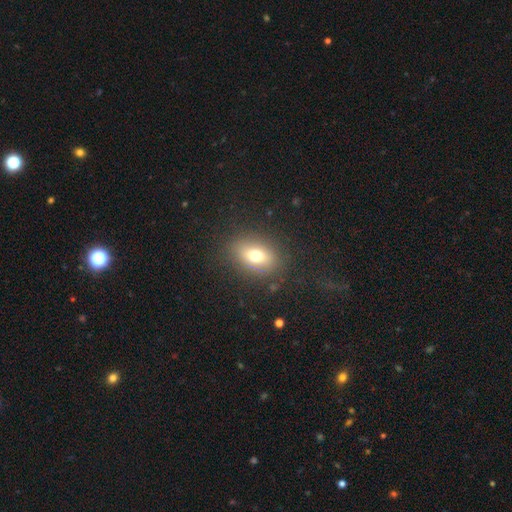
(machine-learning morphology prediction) The model was most divided on "how rounded": in between: 73%, round: 25%, cigar-shaped: 2%. More confident: merging — none (81%); smooth or featured — smooth (69%).